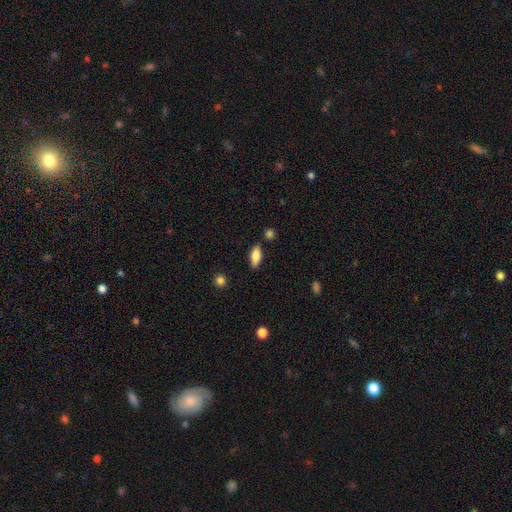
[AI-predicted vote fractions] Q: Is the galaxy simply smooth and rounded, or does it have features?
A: smooth — 78%.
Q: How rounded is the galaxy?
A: in between — 82%.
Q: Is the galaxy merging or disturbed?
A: none — 84%.